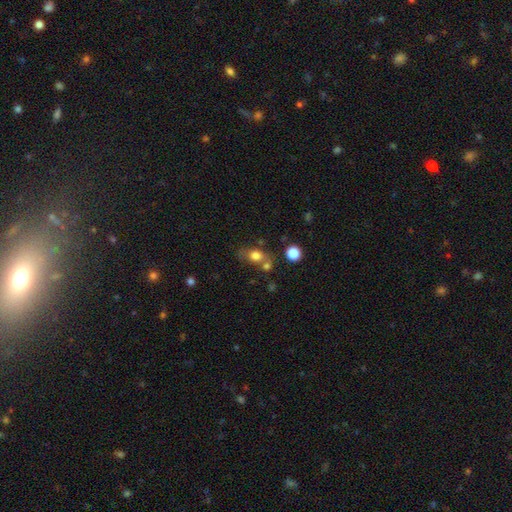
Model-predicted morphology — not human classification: A smooth galaxy with no disk features (75%) that is in between round and cigar-shaped (55%). Merging: none (50%).